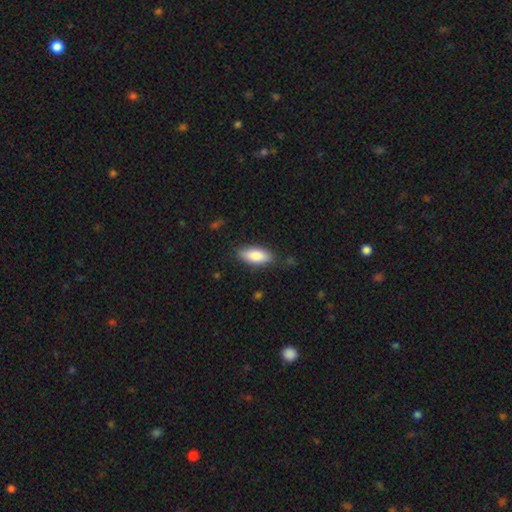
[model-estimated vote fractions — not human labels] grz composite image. It shows a smooth galaxy with no disk features (84%) that is in between round and cigar-shaped (81%). Merging: none (84%).